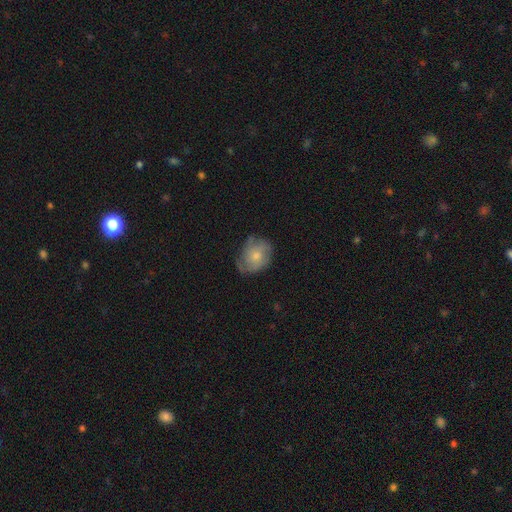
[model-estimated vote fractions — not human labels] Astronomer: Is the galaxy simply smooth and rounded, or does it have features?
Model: smooth — 59% (runner-up: featured or disk, 34%).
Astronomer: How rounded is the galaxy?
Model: in between — 52% (runner-up: round, 47%).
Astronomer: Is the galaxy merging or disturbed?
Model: none — 56% (runner-up: minor disturbance, 32%).